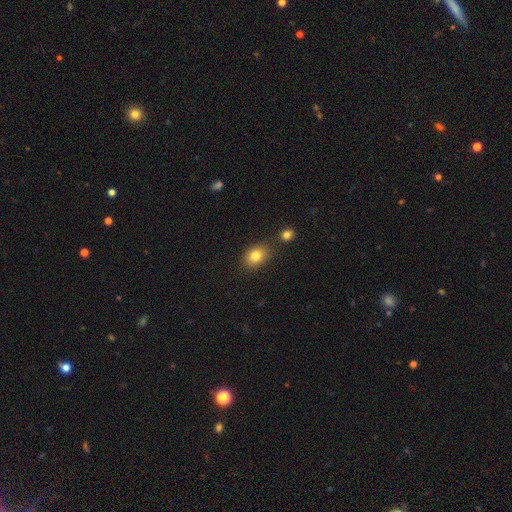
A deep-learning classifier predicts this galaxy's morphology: This appears to be a smooth galaxy with no disk features (81%) that is in between round and cigar-shaped (69%). Merging: none (78%).